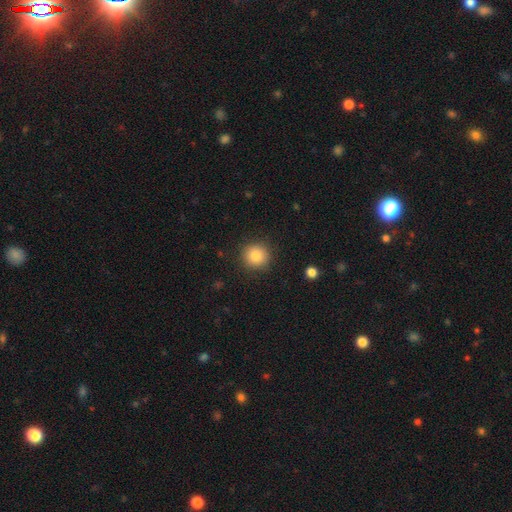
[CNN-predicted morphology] smooth-or-featured: smooth: 84% | star or artifact: 10% | featured or disk: 6%
  how-rounded: round: 93% | in between: 6% | cigar-shaped: 1%
  merging: none: 89% | minor disturbance: 7% | major disturbance: 2% | merger: 1%